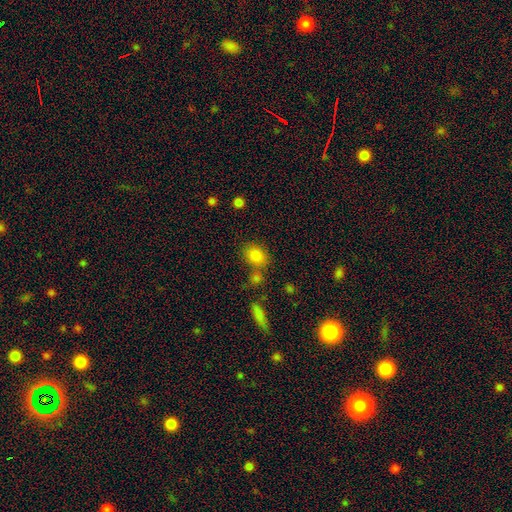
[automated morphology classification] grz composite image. It shows a smooth galaxy with no disk features (82%) that is in between round and cigar-shaped (53%). Merging: none (64%).